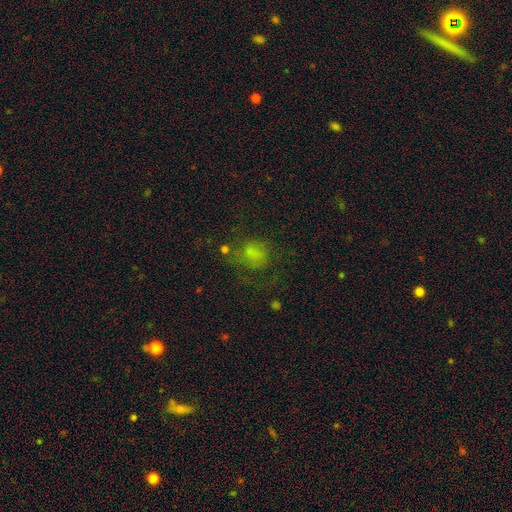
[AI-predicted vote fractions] The model was most divided on "smooth or featured": smooth: 46%, star or artifact: 30%, featured or disk: 24%. More confident: merging — none (54%).